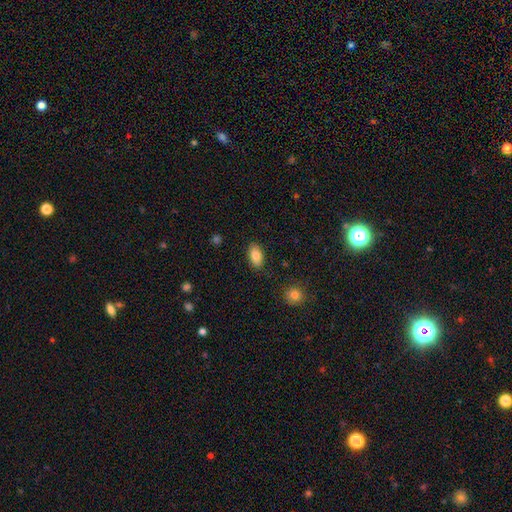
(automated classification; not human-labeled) This is clearly a smooth galaxy (84%). How rounded: clearly in between (92%). Merging: clearly none (86%).